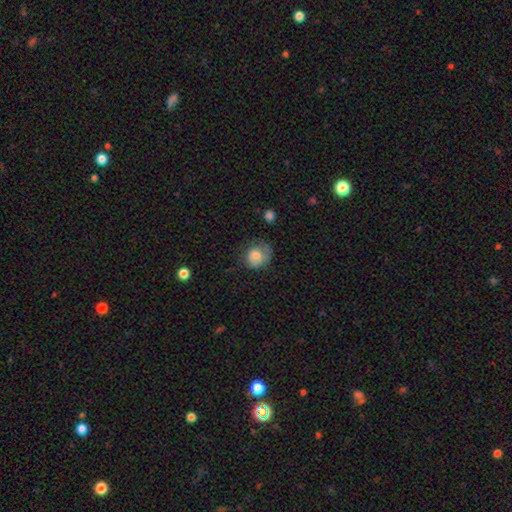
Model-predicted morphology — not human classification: A smooth galaxy with no disk features (72%) that is round (67%).

Vote fractions:
- Smooth or featured? smooth: 72% / featured or disk: 19% / star or artifact: 8%
- How rounded? round: 67% / in between: 32% / cigar-shaped: 1%
- Merging? none: 45% / minor disturbance: 30% / major disturbance: 22% / merger: 2%